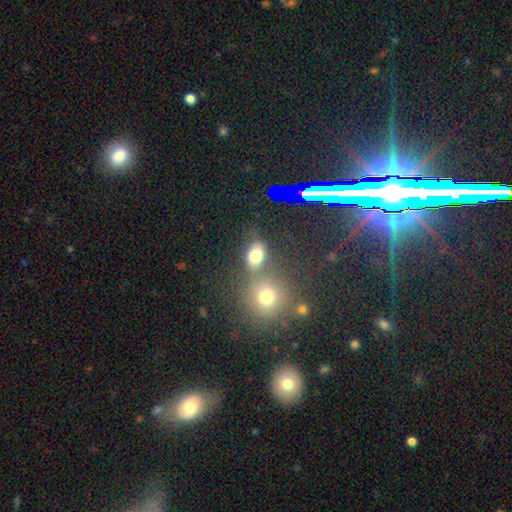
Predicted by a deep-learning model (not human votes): Morphology: type=smooth (74%); roundness=in between (65%); merging=none (59%).